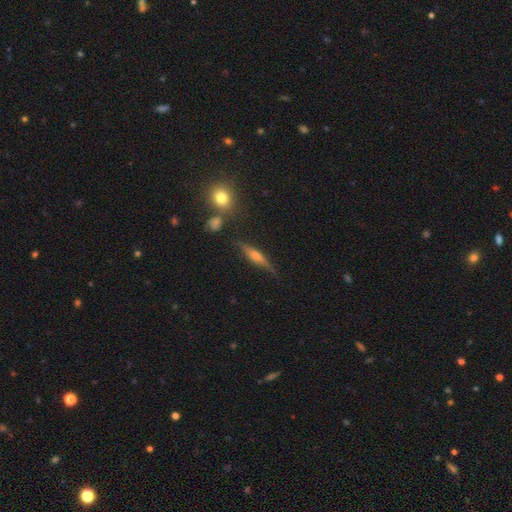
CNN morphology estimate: smooth-or-featured: featured or disk: 68% | smooth: 23% | star or artifact: 9%
  disk-edge-on: yes: 95% | no: 5%
    edge-on-bulge: rounded: 83% | boxy: 9% | none: 7%
  merging: none: 81% | minor disturbance: 13% | major disturbance: 3% | merger: 3%